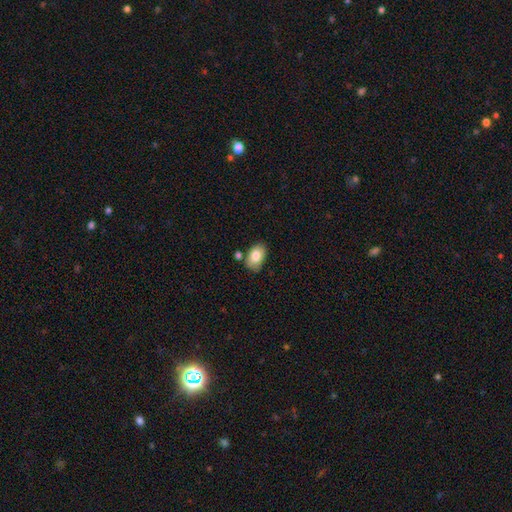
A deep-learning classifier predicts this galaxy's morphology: Overall: smooth (82%). How rounded: in between (90%). Merging: none (68%).